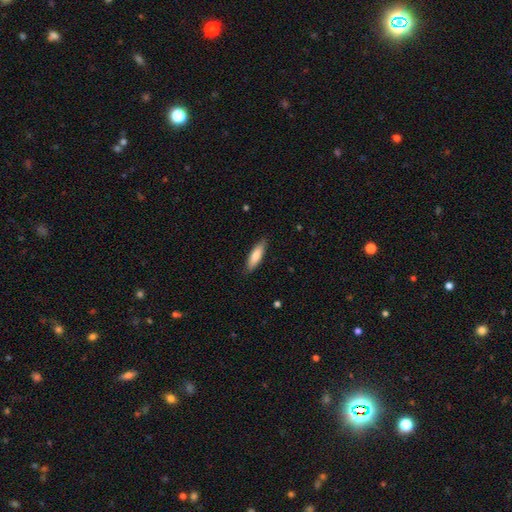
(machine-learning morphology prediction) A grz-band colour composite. It shows a smooth galaxy with no disk features (81%) that is cigar-shaped (58%). Merging: none (87%).